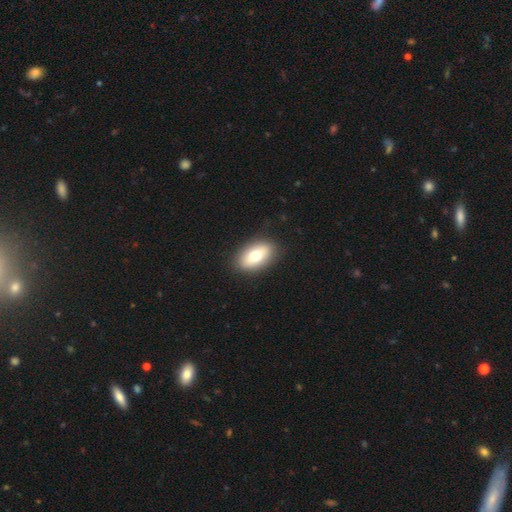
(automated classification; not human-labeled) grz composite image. It shows a smooth galaxy with no disk features (73%) that is in between round and cigar-shaped (91%). Merging: none (88%).